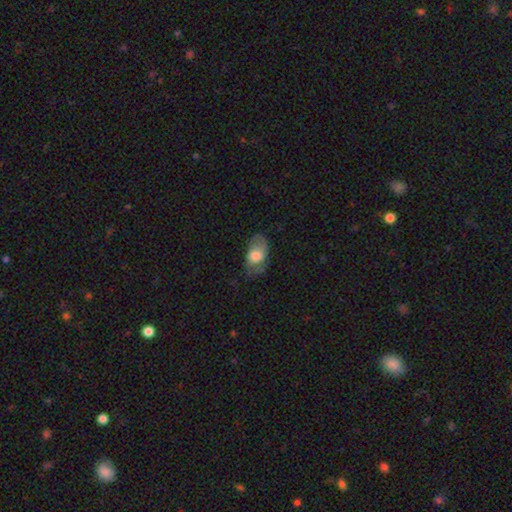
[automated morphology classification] Q: Smooth or featured?
A: smooth (60%); runner-up: featured or disk (33%)
Q: How rounded?
A: in between (90%); runner-up: round (8%)
Q: Merging?
A: none (51%); runner-up: minor disturbance (31%)